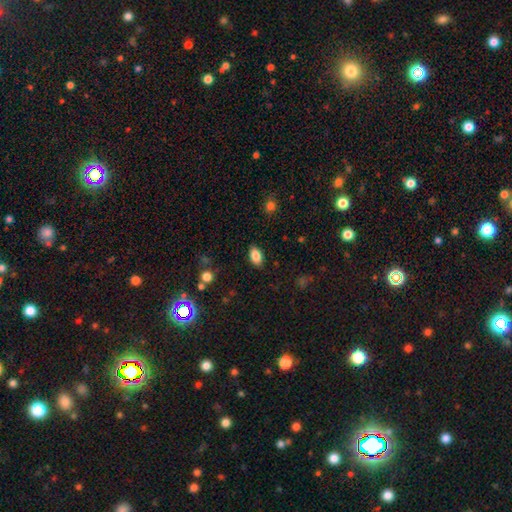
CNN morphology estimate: smooth-or-featured: smooth: 83% | star or artifact: 9% | featured or disk: 8%
  how-rounded: in between: 91% | round: 6% | cigar-shaped: 3%
  merging: none: 87% | minor disturbance: 10% | major disturbance: 2% | merger: 1%